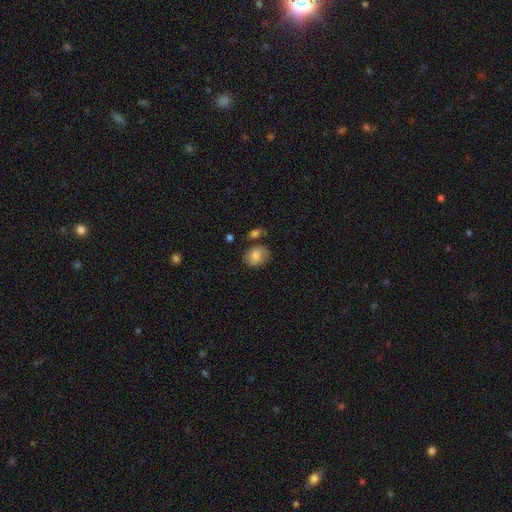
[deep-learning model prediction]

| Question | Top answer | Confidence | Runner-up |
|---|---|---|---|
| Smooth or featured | smooth | 78% | featured or disk (13%) |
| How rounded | in between | 59% | round (40%) |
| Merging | none | 67% | minor disturbance (20%) |